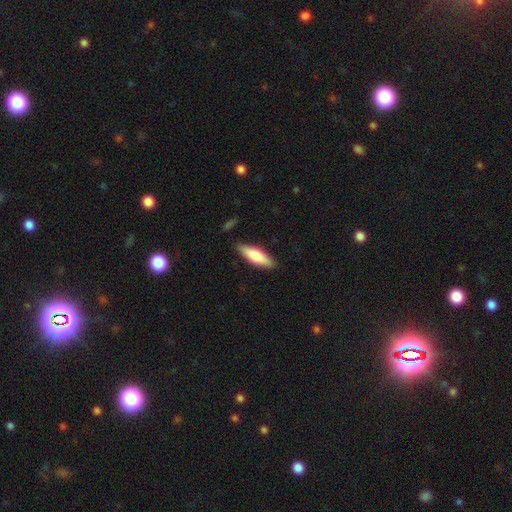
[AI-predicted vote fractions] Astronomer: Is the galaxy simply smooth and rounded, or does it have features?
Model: smooth — 71%.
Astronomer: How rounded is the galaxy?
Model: cigar-shaped — 52% (runner-up: in between, 46%).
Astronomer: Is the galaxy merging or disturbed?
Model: none — 86%.